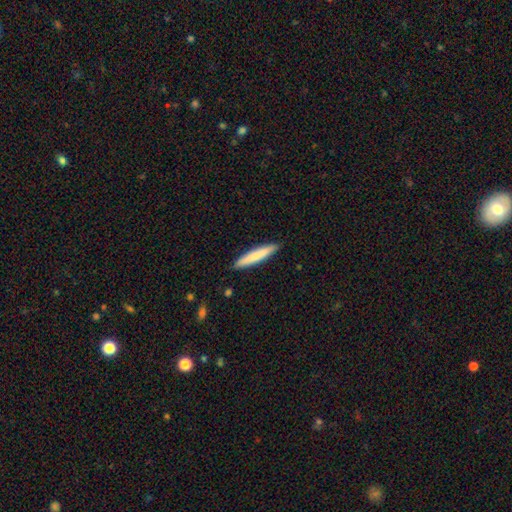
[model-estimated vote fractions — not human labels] This appears to be a smooth galaxy with no disk features (79%) that is cigar-shaped (93%). Merging: none (90%).